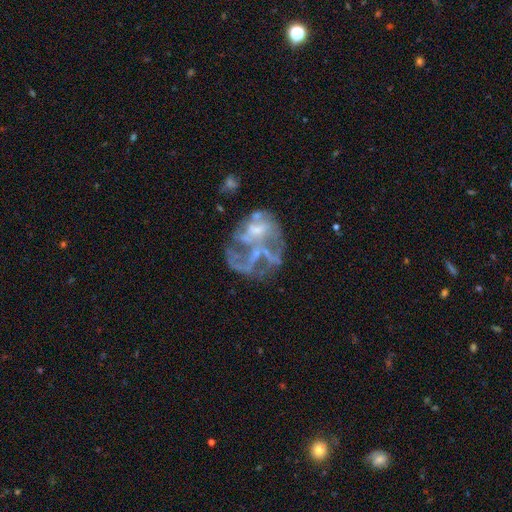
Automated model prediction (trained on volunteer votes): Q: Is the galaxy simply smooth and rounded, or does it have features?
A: featured or disk — 67%.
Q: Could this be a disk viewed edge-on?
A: no — 97%.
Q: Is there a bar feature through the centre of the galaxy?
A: no — 65%.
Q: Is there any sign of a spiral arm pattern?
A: yes — 53%.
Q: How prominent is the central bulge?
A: small — 40%.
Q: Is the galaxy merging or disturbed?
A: none — 37%.